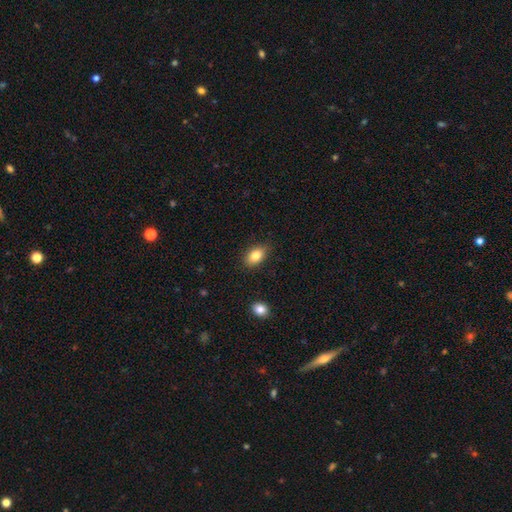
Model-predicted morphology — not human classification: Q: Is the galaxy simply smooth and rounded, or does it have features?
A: smooth — 84%.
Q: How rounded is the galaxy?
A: in between — 89%.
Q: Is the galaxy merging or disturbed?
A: none — 85%.